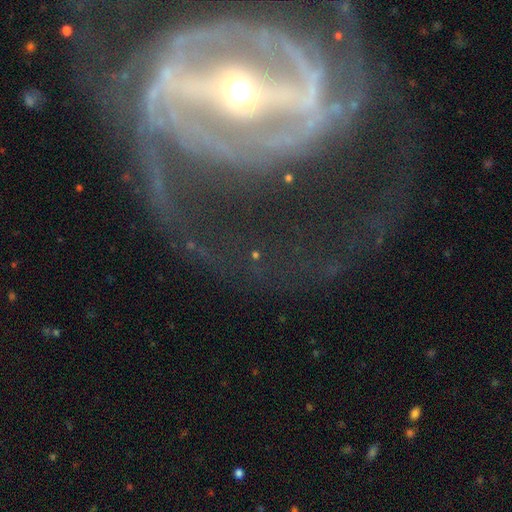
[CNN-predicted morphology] A star or artifact, not a galaxy (70%).